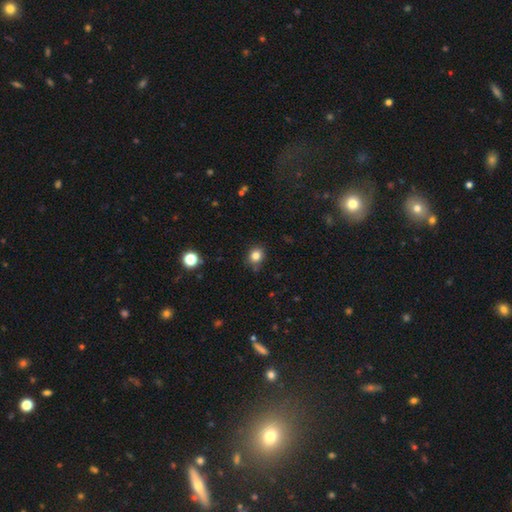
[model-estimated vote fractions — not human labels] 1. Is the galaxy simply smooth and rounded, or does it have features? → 83% smooth, 12% star or artifact, 5% featured or disk.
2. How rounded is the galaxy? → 75% round, 24% in between, 1% cigar-shaped.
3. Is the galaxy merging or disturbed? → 80% none, 15% minor disturbance, 3% major disturbance, 2% merger.